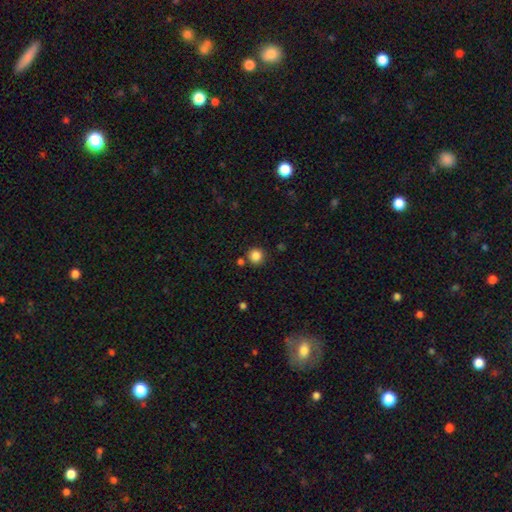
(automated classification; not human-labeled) Smooth or featured? smooth (85%)
How rounded? round (94%)
Merging? none (84%)